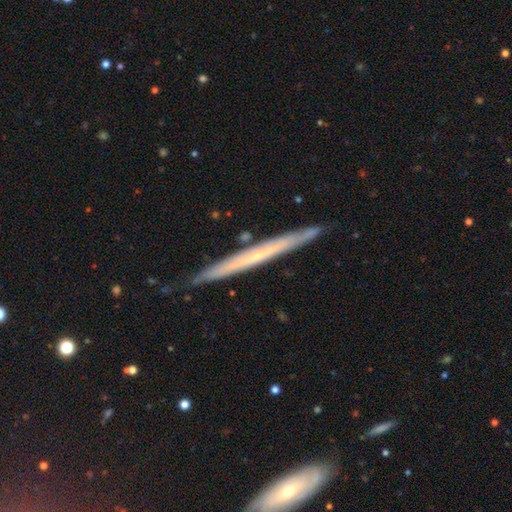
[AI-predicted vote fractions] This appears to be a featured or disk galaxy (61%) viewed edge-on (96%) with no central bulge (81%). Merging: none (88%).